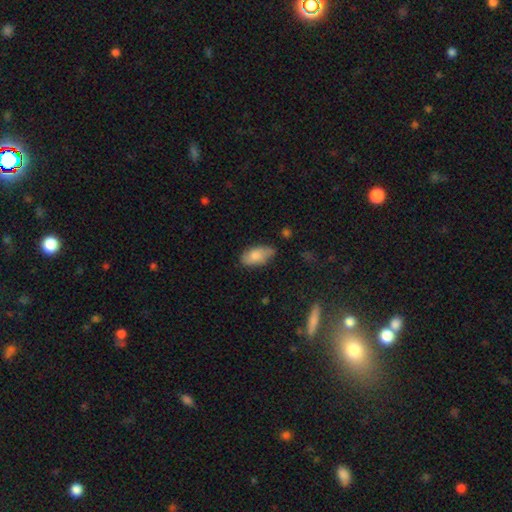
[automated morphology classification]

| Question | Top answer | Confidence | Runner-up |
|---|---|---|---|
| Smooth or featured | smooth | 75% | featured or disk (18%) |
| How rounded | in between | 92% | cigar-shaped (5%) |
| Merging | none | 65% | minor disturbance (27%) |